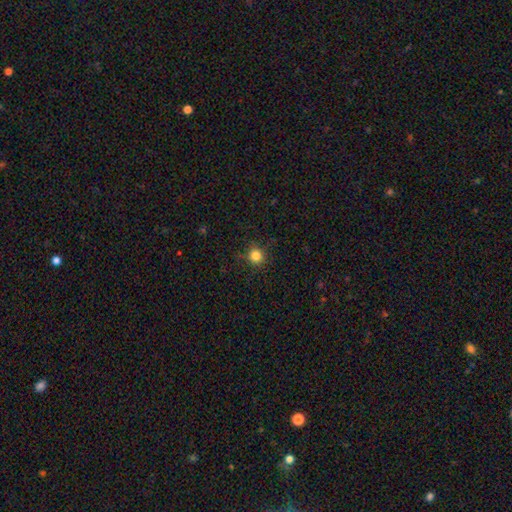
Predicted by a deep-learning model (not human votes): This appears to be a smooth galaxy with no disk features (83%) that is round (92%). Merging: none (87%).